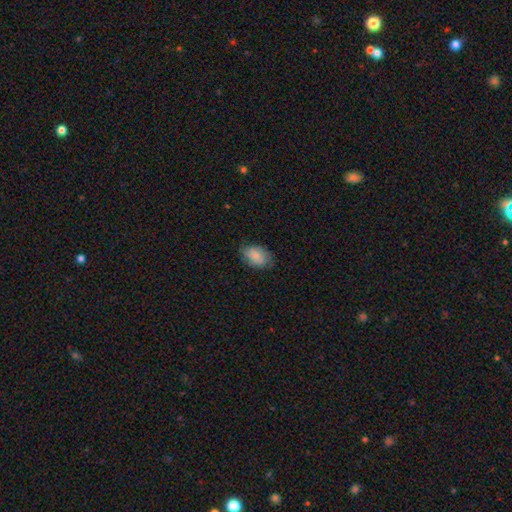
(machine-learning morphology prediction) Smooth or featured: smooth — 75% (featured or disk — 18%)
How rounded: in between — 89% (round — 10%)
Merging: none — 74% (minor disturbance — 20%)